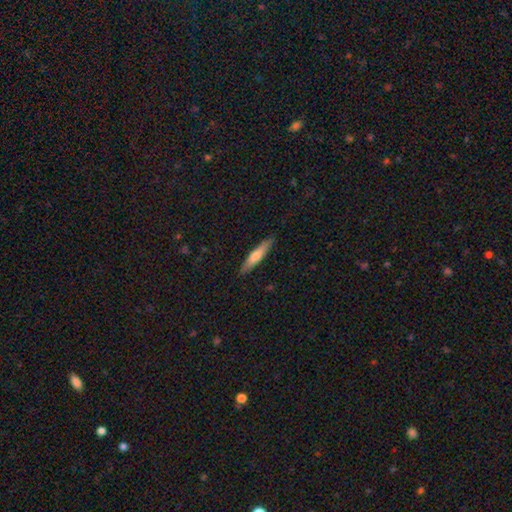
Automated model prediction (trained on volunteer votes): The model was most divided on "smooth or featured": smooth: 61%, featured or disk: 33%, star or artifact: 6%. More confident: how rounded — cigar-shaped (89%); merging — none (89%).